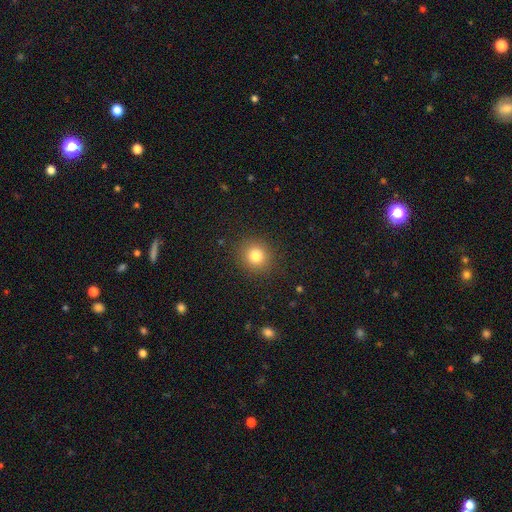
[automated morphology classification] The model was most divided on "smooth or featured": smooth: 80%, star or artifact: 12%, featured or disk: 7%. More confident: merging — none (89%); how rounded — round (89%).